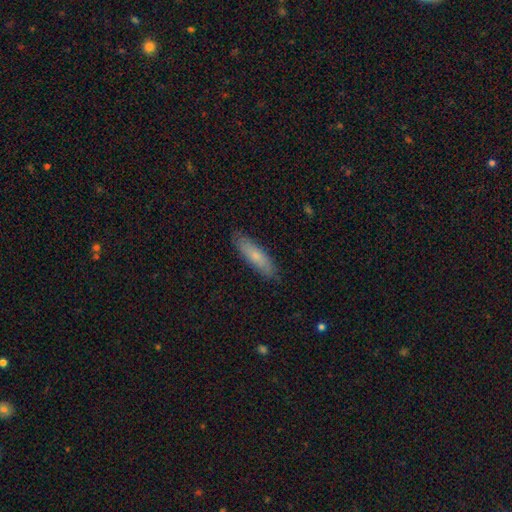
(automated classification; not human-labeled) Smooth or featured? smooth (72%)
How rounded? cigar-shaped (69%)
Merging? none (86%)